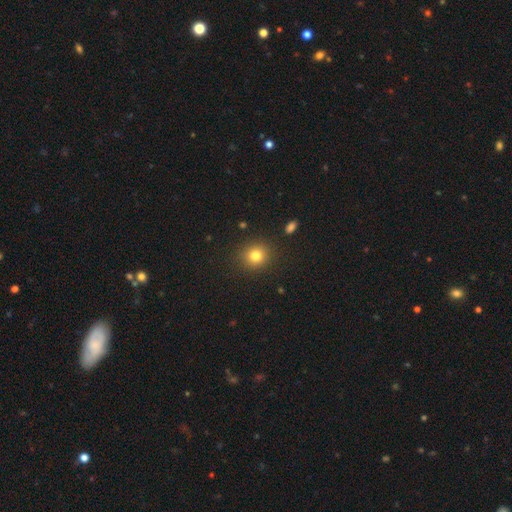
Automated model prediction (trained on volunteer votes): smooth_or_featured: smooth (p=0.80) [alt: star or artifact p=0.13]
how_rounded: round (p=0.83) [alt: in between p=0.16]
merging: none (p=0.88) [alt: minor disturbance p=0.08]